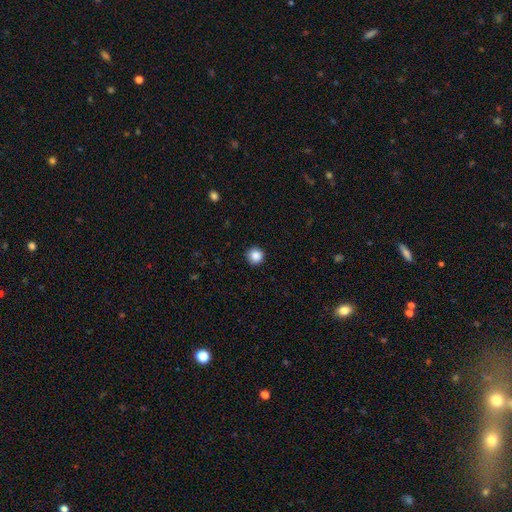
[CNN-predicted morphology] Smooth or featured: smooth — 87% (star or artifact — 10%)
How rounded: round — 95% (in between — 4%)
Merging: none — 91% (minor disturbance — 7%)